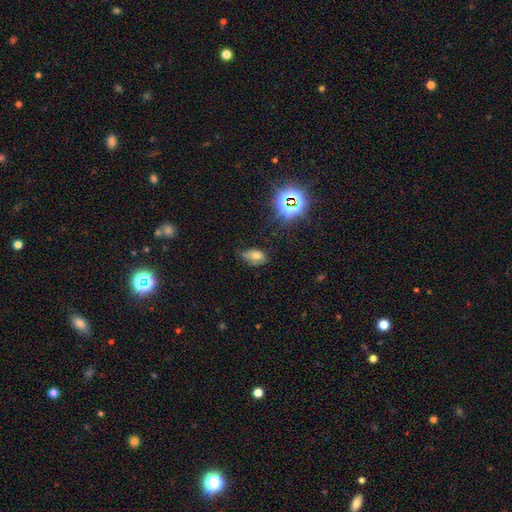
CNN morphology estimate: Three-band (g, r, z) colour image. It shows a smooth galaxy with no disk features (66%) that is in between round and cigar-shaped (87%). Merging: none (45%).